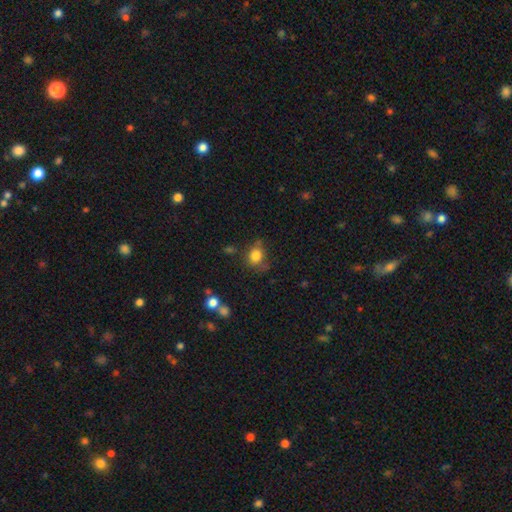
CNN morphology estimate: A smooth galaxy with no disk features (82%) that is round (60%).

Vote fractions:
- Smooth or featured? smooth: 82% / star or artifact: 11% / featured or disk: 8%
- How rounded? round: 60% / in between: 39% / cigar-shaped: 1%
- Merging? none: 60% / minor disturbance: 25% / major disturbance: 9% / merger: 6%